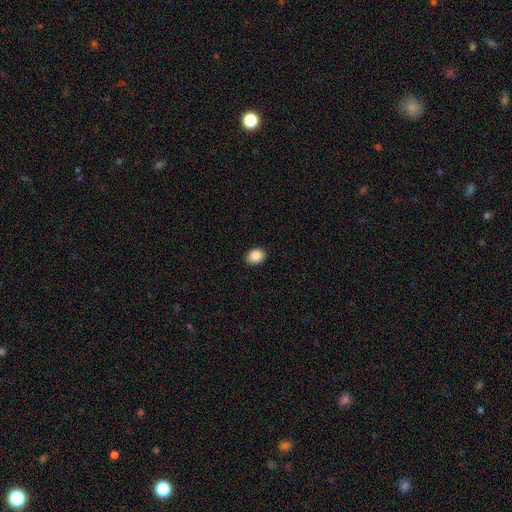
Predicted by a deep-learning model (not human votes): smooth-or-featured: smooth: 89% | star or artifact: 8% | featured or disk: 3%
  how-rounded: in between: 64% | round: 35% | cigar-shaped: 1%
  merging: none: 89% | minor disturbance: 8% | major disturbance: 2% | merger: 1%